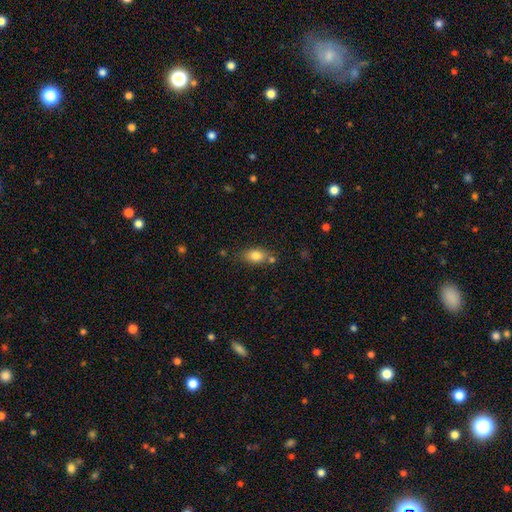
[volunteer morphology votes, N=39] smooth_or_featured: smooth (p=0.85) [alt: featured or disk p=0.10]
how_rounded: in between (p=0.82) [alt: round p=0.18]
merging: none (p=0.73) [alt: merger p=0.11]